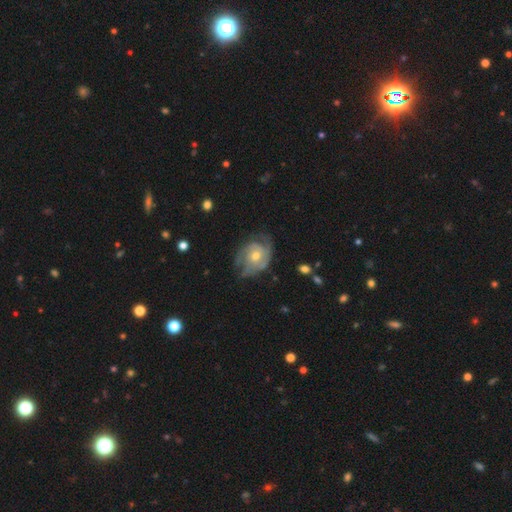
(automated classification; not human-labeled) A featured or disk galaxy (78%) with no bar (74%), 2 (41%) tight (49%) spiral arms (91%) and a moderate central bulge (57%). Merging: none (59%).